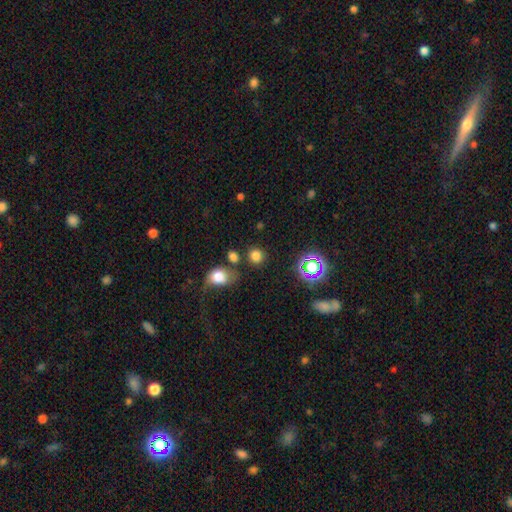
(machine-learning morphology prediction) This appears to be a smooth galaxy with no disk features (78%) that is round (85%). Merging: none (79%).